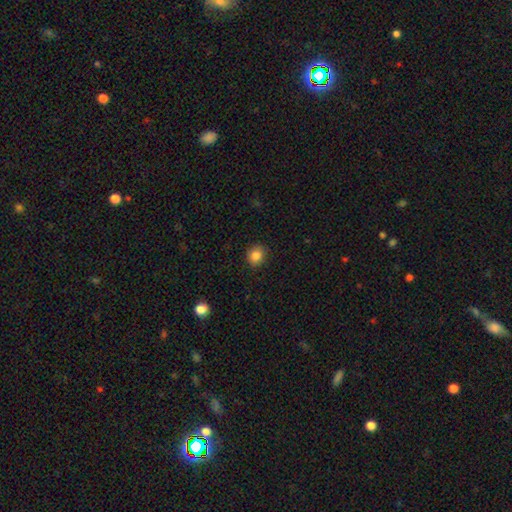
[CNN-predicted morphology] Smooth or featured?
  - smooth: 84% *
  - star or artifact: 11%
  - featured or disk: 5%
How rounded?
  - round: 81% *
  - in between: 18%
  - cigar-shaped: 1%
Merging?
  - none: 89% *
  - minor disturbance: 8%
  - major disturbance: 2%
  - merger: 1%